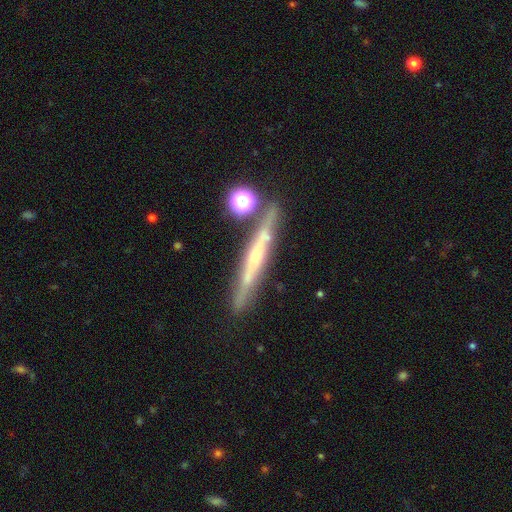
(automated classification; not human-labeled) This appears to be a featured or disk galaxy (63%) viewed edge-on (92%) with no central bulge (52%). Merging: none (74%).